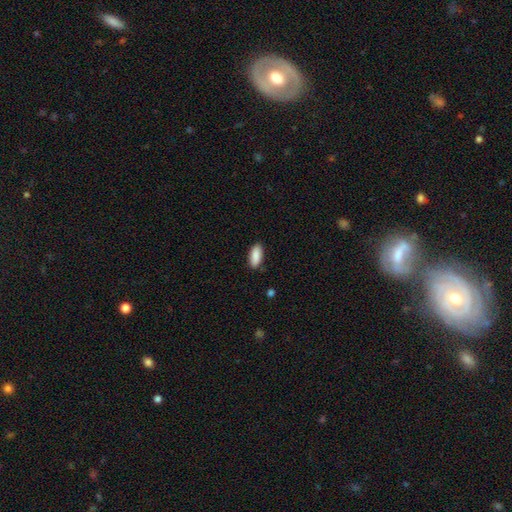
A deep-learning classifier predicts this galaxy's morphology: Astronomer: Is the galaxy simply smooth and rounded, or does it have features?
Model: smooth — 89%.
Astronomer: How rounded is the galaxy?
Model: in between — 81%.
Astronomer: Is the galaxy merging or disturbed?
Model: none — 86%.